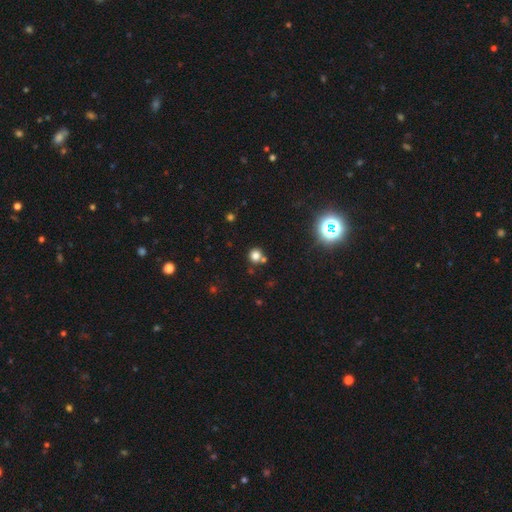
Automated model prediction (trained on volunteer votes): Smooth or featured? smooth (75%)
How rounded? round (89%)
Merging? none (71%)